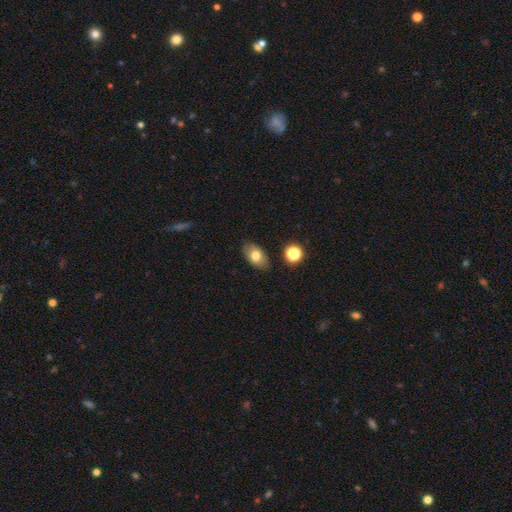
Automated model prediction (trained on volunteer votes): A smooth galaxy with no disk features (76%) that is in between round and cigar-shaped (89%).

Vote fractions:
- Smooth or featured? smooth: 76% / featured or disk: 16% / star or artifact: 9%
- How rounded? in between: 89% / round: 9% / cigar-shaped: 2%
- Merging? none: 84% / minor disturbance: 11% / major disturbance: 2% / merger: 2%